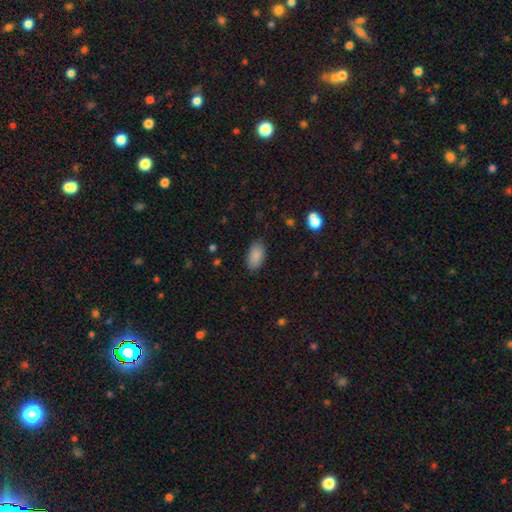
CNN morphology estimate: Smooth or featured? smooth (87%)
How rounded? in between (93%)
Merging? none (82%)